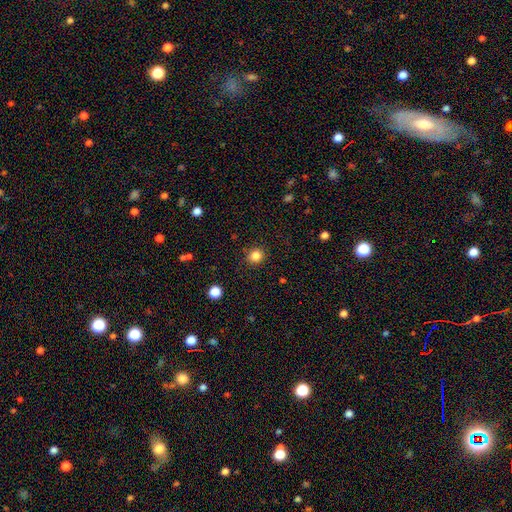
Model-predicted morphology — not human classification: smooth-or-featured: smooth: 84% | star or artifact: 12% | featured or disk: 4%
  how-rounded: round: 87% | in between: 12% | cigar-shaped: 1%
  merging: none: 89% | minor disturbance: 7% | major disturbance: 2% | merger: 1%